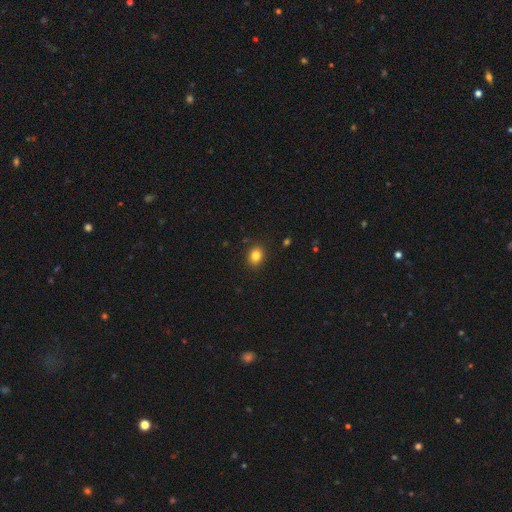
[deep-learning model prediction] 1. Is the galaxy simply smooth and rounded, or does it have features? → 83% smooth, 11% star or artifact, 6% featured or disk.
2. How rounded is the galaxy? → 61% round, 38% in between, 1% cigar-shaped.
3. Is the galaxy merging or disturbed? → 89% none, 8% minor disturbance, 2% major disturbance, 1% merger.